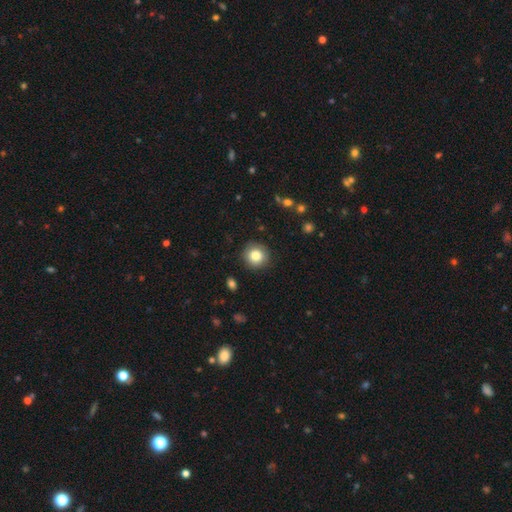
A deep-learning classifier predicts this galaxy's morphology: Smooth or featured?
  - smooth: 83% *
  - star or artifact: 9%
  - featured or disk: 8%
How rounded?
  - round: 92% *
  - in between: 7%
  - cigar-shaped: 1%
Merging?
  - none: 87% *
  - minor disturbance: 9%
  - major disturbance: 3%
  - merger: 1%